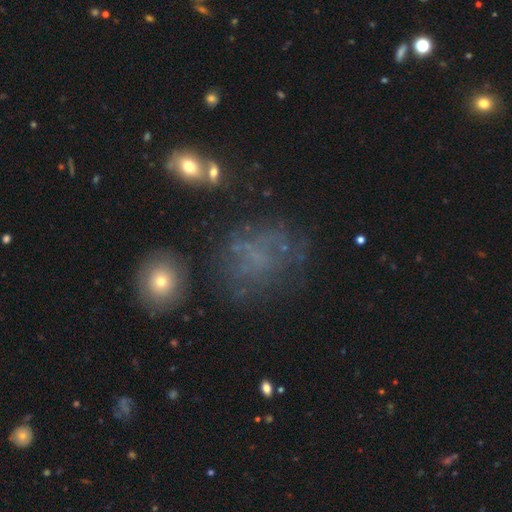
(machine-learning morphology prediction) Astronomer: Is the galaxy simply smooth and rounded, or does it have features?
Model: featured or disk — 39% (runner-up: smooth, 33%).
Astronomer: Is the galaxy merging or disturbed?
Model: none — 53%.